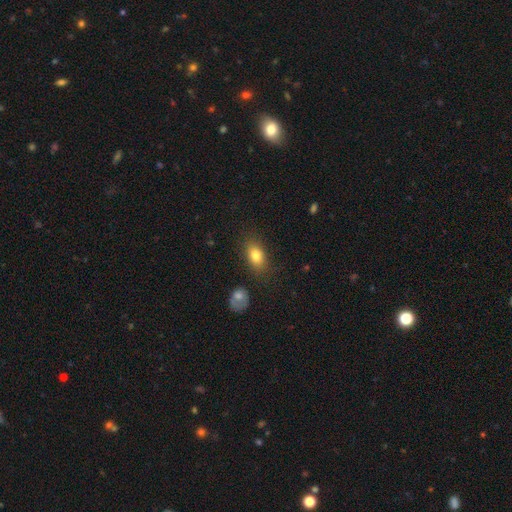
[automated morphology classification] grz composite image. It shows a smooth galaxy with no disk features (80%) that is in between round and cigar-shaped (83%). Merging: none (78%).